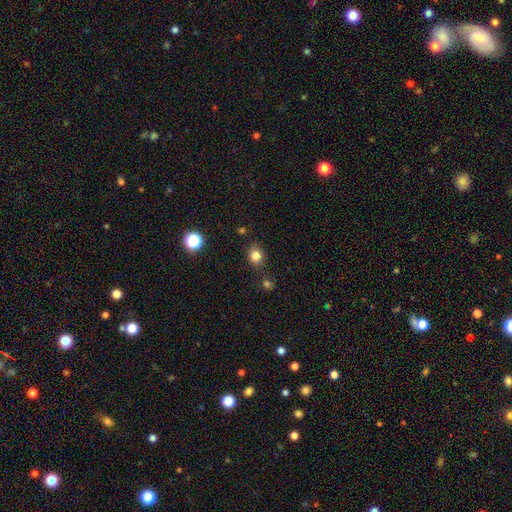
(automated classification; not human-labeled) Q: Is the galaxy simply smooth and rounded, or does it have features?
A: smooth — 82%.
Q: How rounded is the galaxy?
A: round — 69%.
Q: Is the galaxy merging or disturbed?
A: none — 78%.